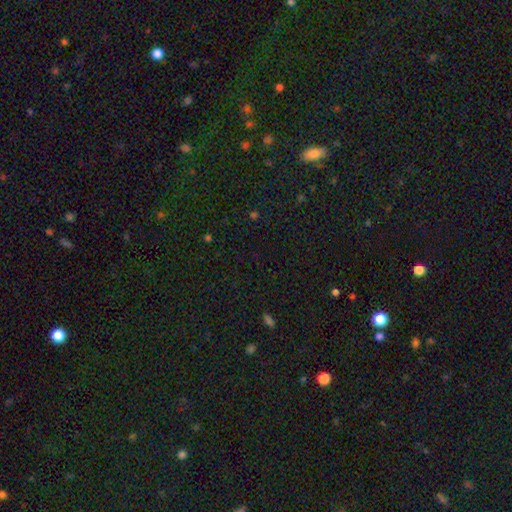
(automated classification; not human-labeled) This is likely a star or artifact rather than a galaxy (63%).